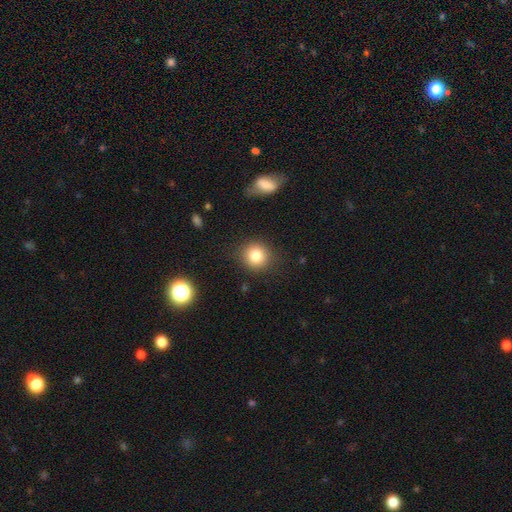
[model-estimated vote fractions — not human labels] Smooth or featured: smooth — 82% (star or artifact — 11%)
How rounded: round — 88% (in between — 11%)
Merging: none — 87% (minor disturbance — 9%)